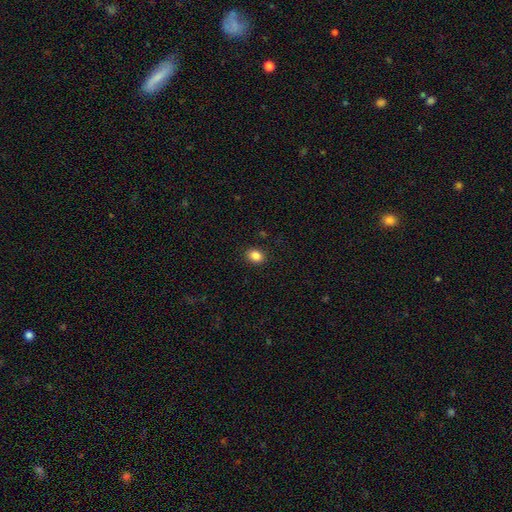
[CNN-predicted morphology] type=smooth (86%); roundness=in between (53%); merging=none (90%).